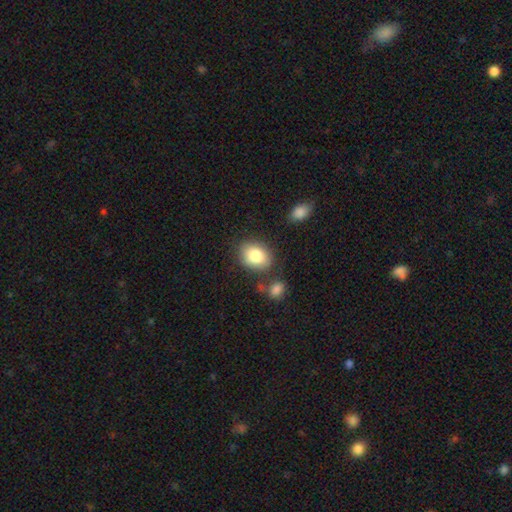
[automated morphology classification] Smooth or featured? Predicted: smooth (p=0.83). How rounded? Predicted: in between (p=0.64). Merging? Predicted: none (p=0.74).